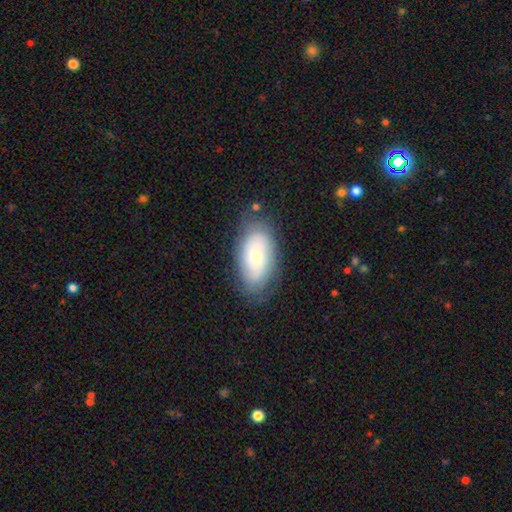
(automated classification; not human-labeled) Smooth or featured: smooth — 52% (featured or disk — 40%)
How rounded: in between — 92% (round — 5%)
Merging: none — 75% (minor disturbance — 18%)